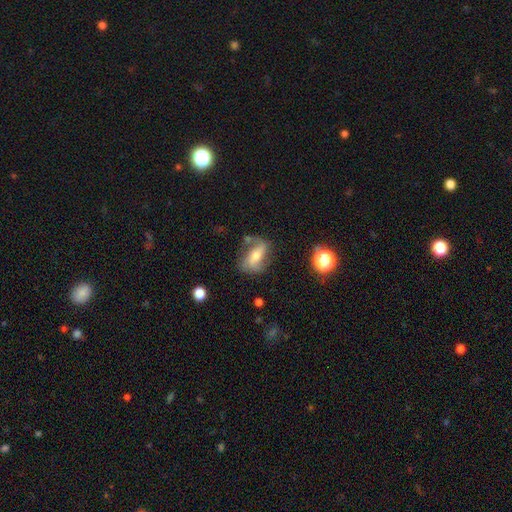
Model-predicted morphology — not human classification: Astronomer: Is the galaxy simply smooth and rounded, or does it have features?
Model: featured or disk — 64%.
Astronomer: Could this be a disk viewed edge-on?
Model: no — 91%.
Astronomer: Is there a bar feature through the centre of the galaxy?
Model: no — 38% (runner-up: weak, 33%).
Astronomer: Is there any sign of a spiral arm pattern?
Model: yes — 85%.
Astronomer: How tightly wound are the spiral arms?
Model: loose — 46% (runner-up: medium, 37%).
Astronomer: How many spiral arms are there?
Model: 2 — 75%.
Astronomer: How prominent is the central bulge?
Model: moderate — 53% (runner-up: small, 37%).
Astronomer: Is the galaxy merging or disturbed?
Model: none — 57%.